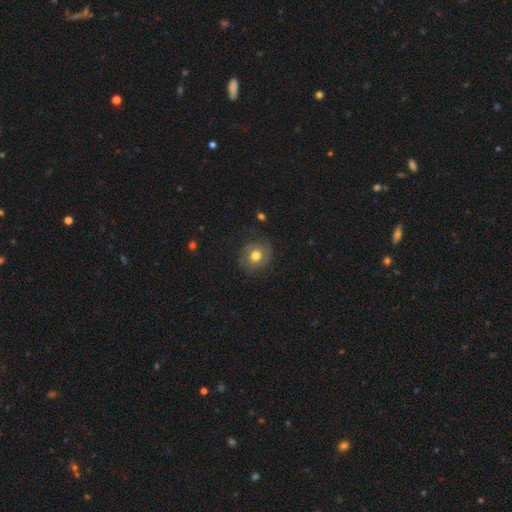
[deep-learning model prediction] smooth-or-featured: smooth: 50% | featured or disk: 40% | star or artifact: 9%
  how-rounded: round: 75% | in between: 24% | cigar-shaped: 1%
  merging: none: 73% | minor disturbance: 17% | major disturbance: 8% | merger: 1%